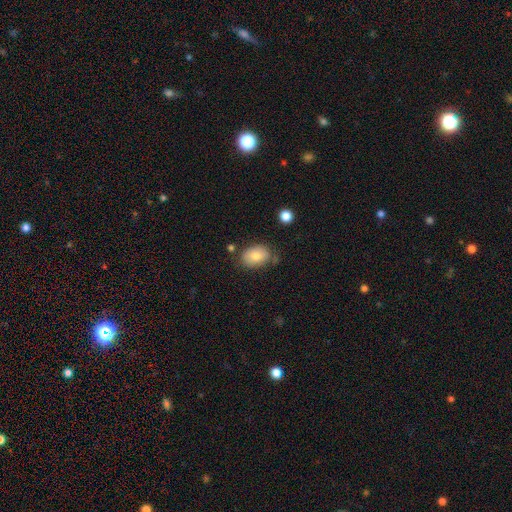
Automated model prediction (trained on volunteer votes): smooth 79%, featured or disk 13%, star or artifact 8%. Down the decision tree: how rounded — in between (80%); merging — none (72%).